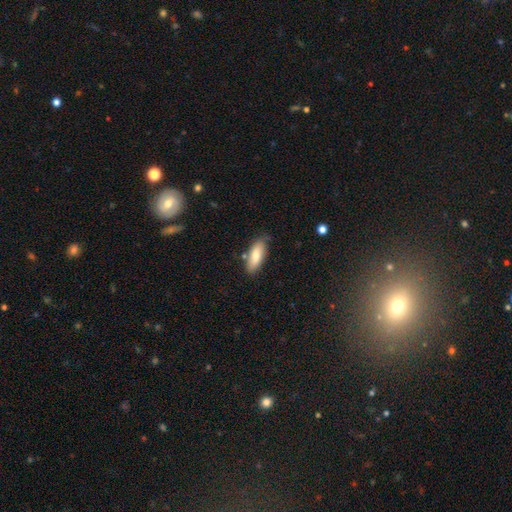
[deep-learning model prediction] smooth_or_featured: smooth (p=0.80) [alt: featured or disk p=0.14]
how_rounded: in between (p=0.71) [alt: cigar-shaped p=0.28]
merging: none (p=0.74) [alt: minor disturbance p=0.19]